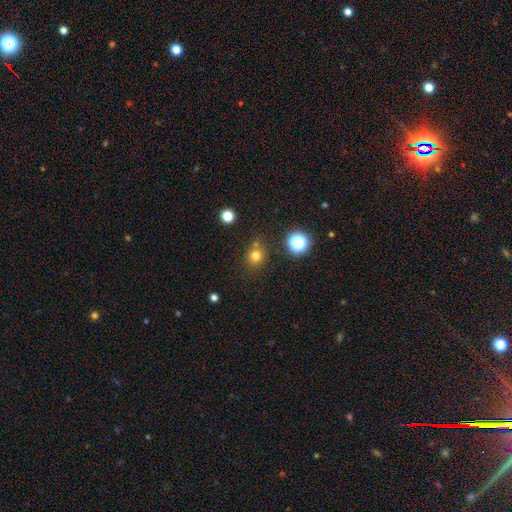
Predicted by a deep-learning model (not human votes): smooth-or-featured: smooth: 75% | star or artifact: 18% | featured or disk: 7%
  how-rounded: round: 82% | in between: 17% | cigar-shaped: 1%
  merging: none: 74% | minor disturbance: 12% | merger: 11% | major disturbance: 4%